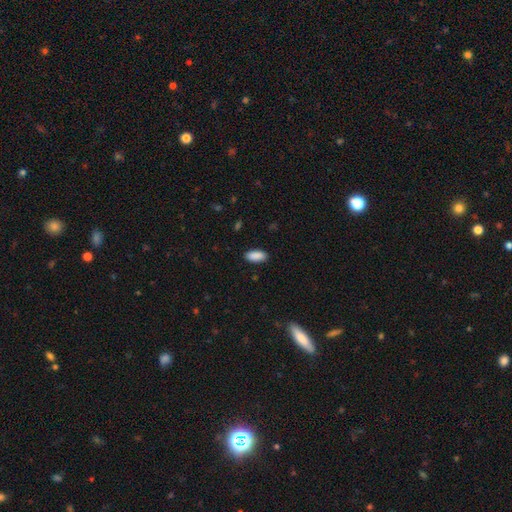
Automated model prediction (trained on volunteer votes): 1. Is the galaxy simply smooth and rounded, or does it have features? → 91% smooth, 6% star or artifact, 3% featured or disk.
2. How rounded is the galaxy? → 90% in between, 8% cigar-shaped, 2% round.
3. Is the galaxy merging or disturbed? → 89% none, 8% minor disturbance, 2% major disturbance, 1% merger.